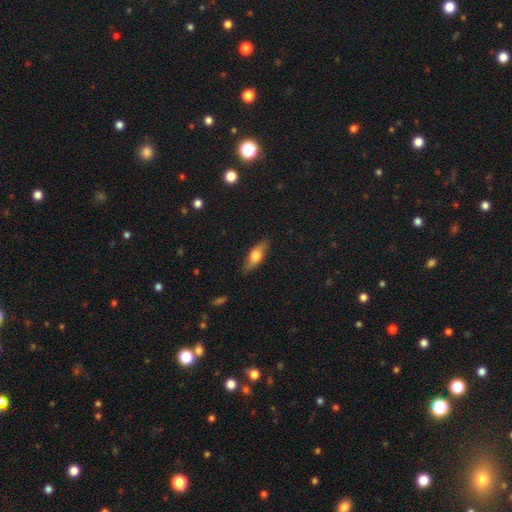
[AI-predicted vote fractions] Smooth or featured: smooth — 58% (featured or disk — 36%)
How rounded: in between — 60% (cigar-shaped — 36%)
Merging: none — 83% (minor disturbance — 13%)